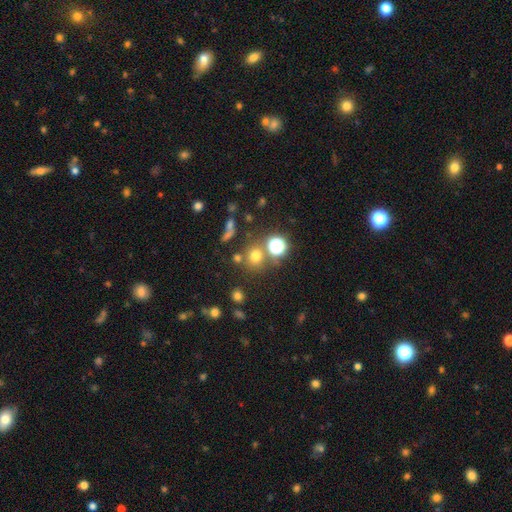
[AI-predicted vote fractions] smooth-or-featured: smooth: 67% | star or artifact: 24% | featured or disk: 9%
  how-rounded: round: 87% | in between: 12% | cigar-shaped: 1%
  merging: none: 71% | merger: 14% | minor disturbance: 9% | major disturbance: 5%